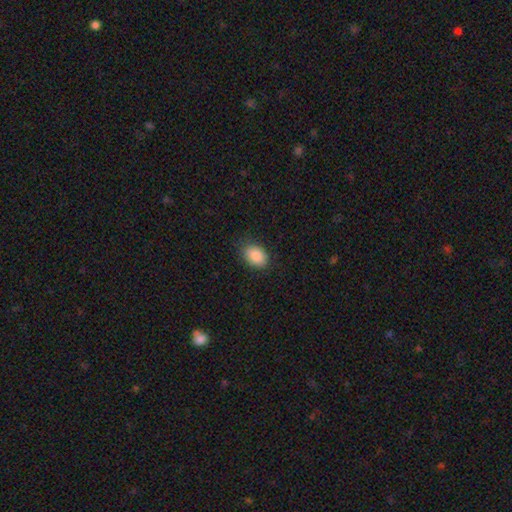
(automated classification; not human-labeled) Smooth or featured? smooth (88%)
How rounded? in between (82%)
Merging? none (83%)